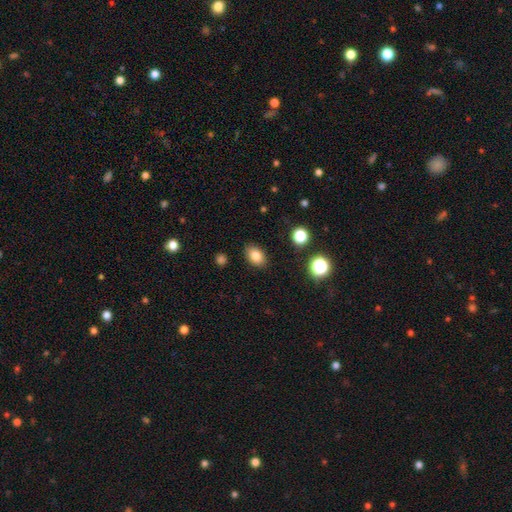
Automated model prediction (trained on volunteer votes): Smooth or featured? Predicted: smooth (p=0.83). How rounded? Predicted: in between (p=0.80). Merging? Predicted: none (p=0.87).